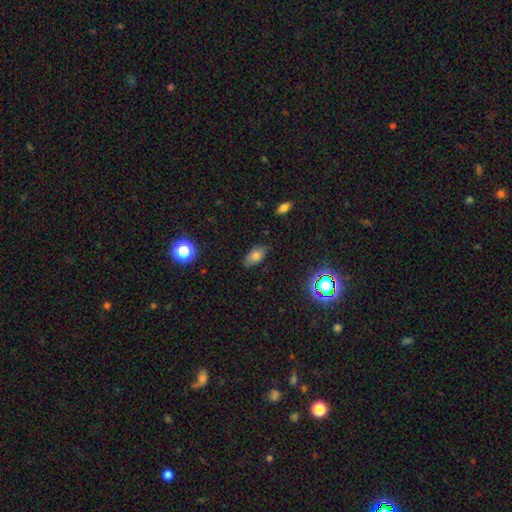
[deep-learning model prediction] smooth-or-featured: smooth: 69% | featured or disk: 16% | star or artifact: 15%
  how-rounded: in between: 90% | round: 7% | cigar-shaped: 3%
  merging: none: 75% | minor disturbance: 20% | major disturbance: 4% | merger: 1%